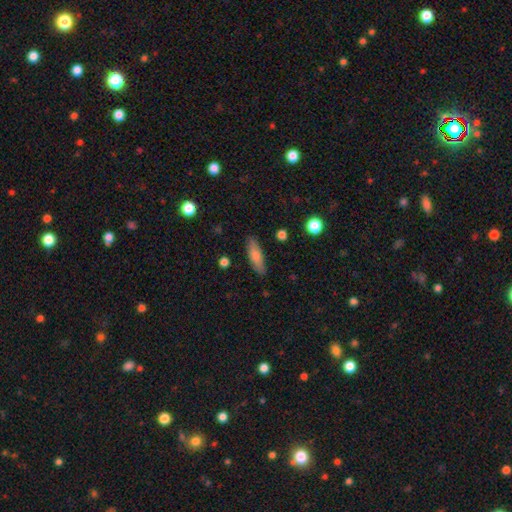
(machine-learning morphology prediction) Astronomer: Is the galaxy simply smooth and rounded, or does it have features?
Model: smooth — 75%.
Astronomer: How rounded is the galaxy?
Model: cigar-shaped — 54% (runner-up: in between, 44%).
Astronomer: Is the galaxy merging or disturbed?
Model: none — 86%.